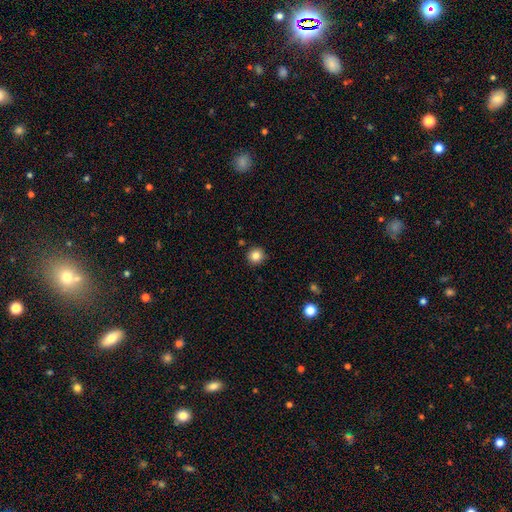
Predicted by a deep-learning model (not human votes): A smooth galaxy with no disk features (84%) that is round (94%). Merging: none (91%).